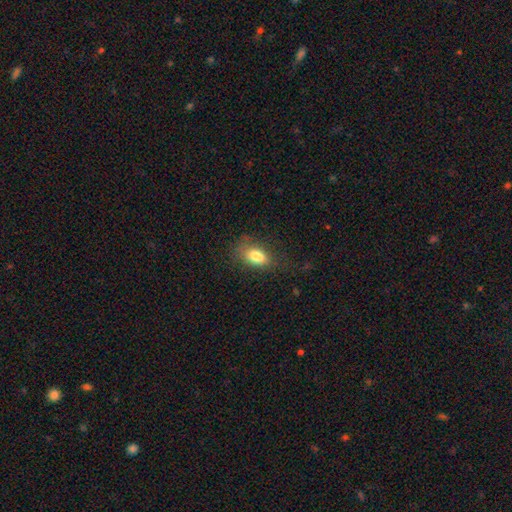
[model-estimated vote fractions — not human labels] Smooth or featured: smooth — 81% (featured or disk — 10%)
How rounded: in between — 87% (round — 9%)
Merging: none — 63% (minor disturbance — 23%)